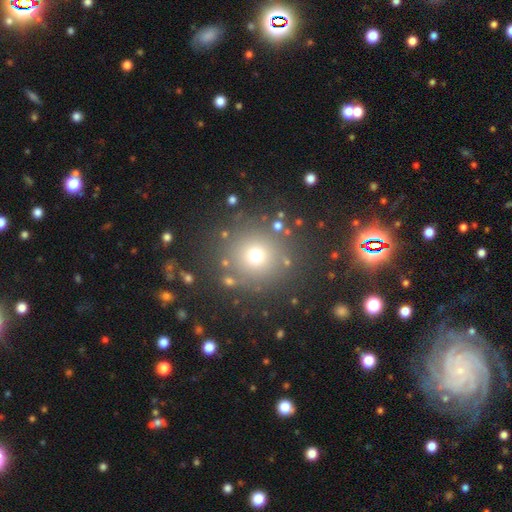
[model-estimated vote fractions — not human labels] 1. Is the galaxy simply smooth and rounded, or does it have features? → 69% smooth, 21% star or artifact, 10% featured or disk.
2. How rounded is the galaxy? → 92% round, 7% in between, 1% cigar-shaped.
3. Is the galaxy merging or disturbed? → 84% none, 8% minor disturbance, 4% major disturbance, 4% merger.